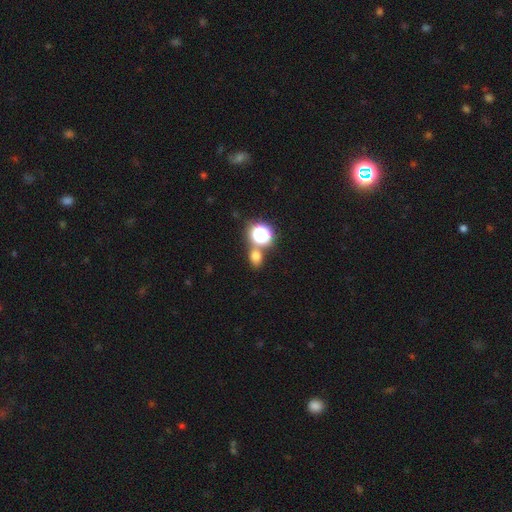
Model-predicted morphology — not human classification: Smooth or featured?
  - smooth: 65% *
  - star or artifact: 26%
  - featured or disk: 9%
How rounded?
  - round: 50% *
  - in between: 49%
  - cigar-shaped: 2%
Merging?
  - none: 67% *
  - merger: 20%
  - minor disturbance: 9%
  - major disturbance: 4%